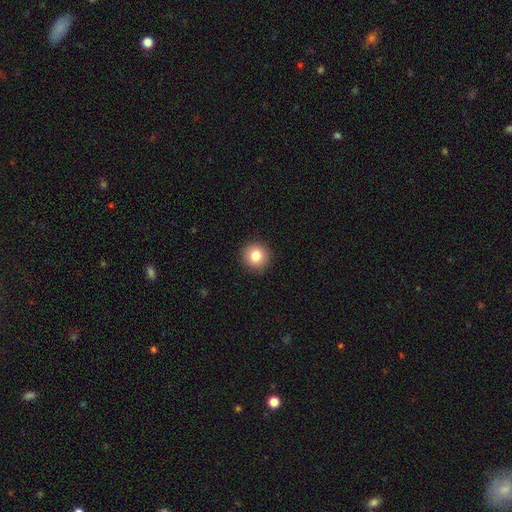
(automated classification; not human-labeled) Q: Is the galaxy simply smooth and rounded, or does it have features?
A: smooth — 82%.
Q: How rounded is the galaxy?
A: round — 93%.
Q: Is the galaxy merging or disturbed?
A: none — 92%.